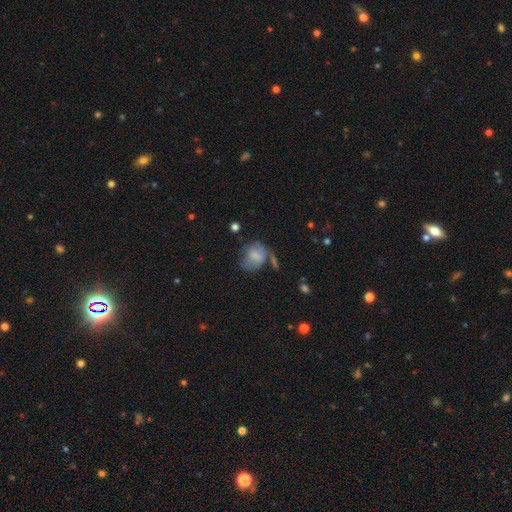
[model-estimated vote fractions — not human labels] smooth-or-featured: smooth: 64% | featured or disk: 26% | star or artifact: 10%
  how-rounded: in between: 54% | round: 44% | cigar-shaped: 1%
  merging: none: 37% | minor disturbance: 28% | major disturbance: 23% | merger: 12%